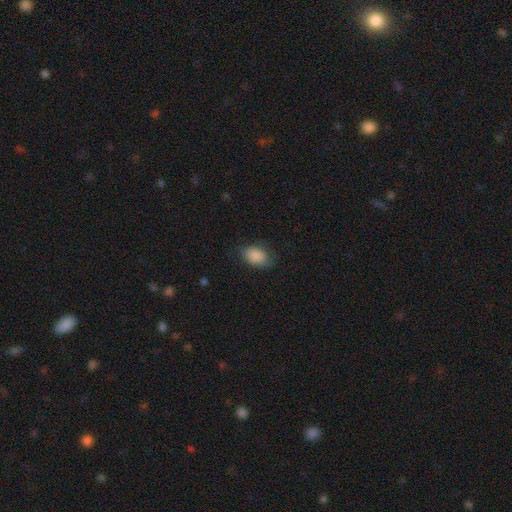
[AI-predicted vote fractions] Smooth or featured: smooth — 86% (star or artifact — 8%)
How rounded: in between — 82% (round — 17%)
Merging: none — 67% (minor disturbance — 25%)